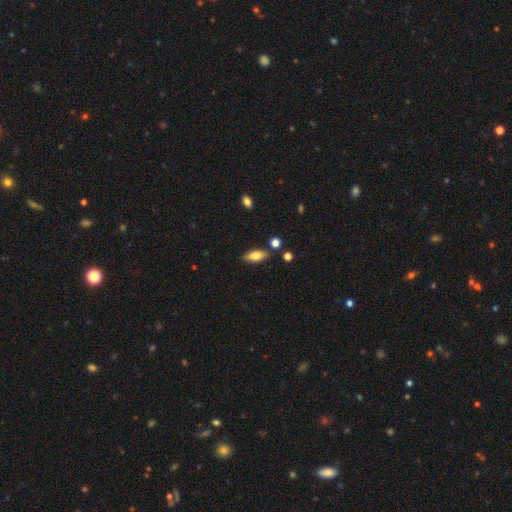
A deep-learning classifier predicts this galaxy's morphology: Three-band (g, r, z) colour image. It shows a smooth galaxy with no disk features (78%) that is in between round and cigar-shaped (81%). Merging: none (82%).